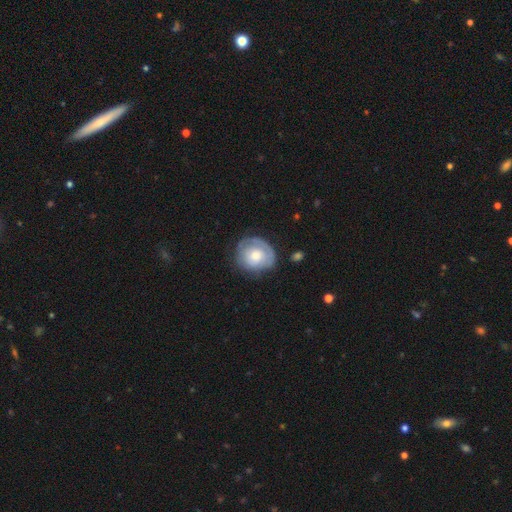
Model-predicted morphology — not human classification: type=featured or disk (47%, tied with smooth); merging=none (65%).